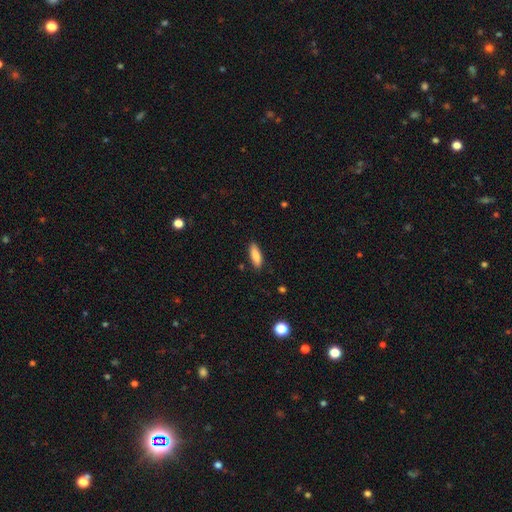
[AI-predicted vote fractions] The model was most divided on "how rounded": in between: 58%, cigar-shaped: 40%, round: 2%. More confident: merging — none (86%); smooth or featured — smooth (85%).